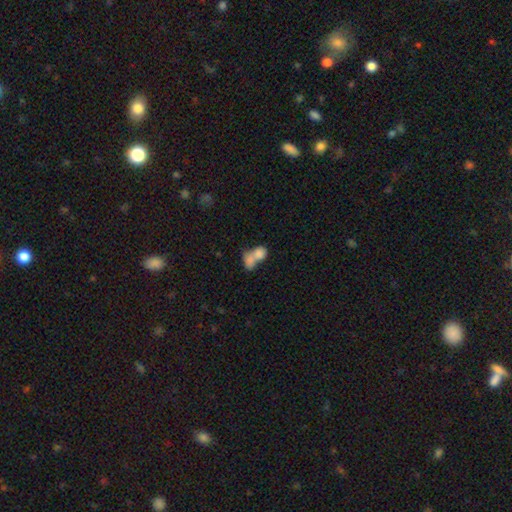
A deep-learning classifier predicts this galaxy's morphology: Smooth or featured? smooth (77%)
How rounded? in between (71%)
Merging? merger (73%)